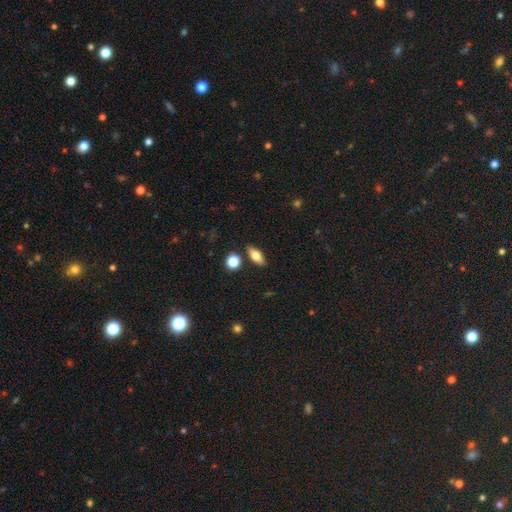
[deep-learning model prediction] Smooth or featured: smooth — 67% (featured or disk — 25%)
How rounded: in between — 77% (cigar-shaped — 17%)
Merging: none — 84% (minor disturbance — 9%)